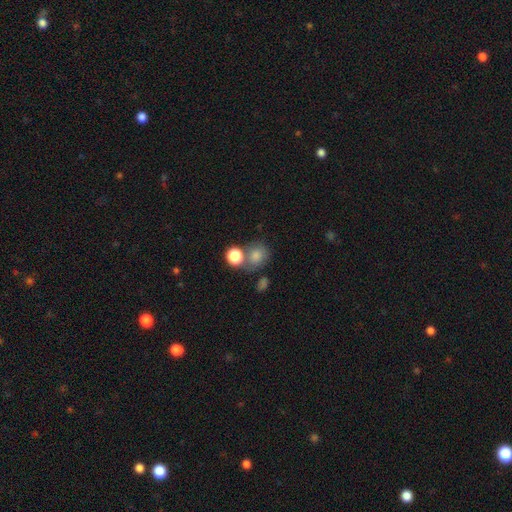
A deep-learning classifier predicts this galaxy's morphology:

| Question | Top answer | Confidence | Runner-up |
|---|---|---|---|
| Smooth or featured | smooth | 78% | star or artifact (13%) |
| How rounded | round | 71% | in between (28%) |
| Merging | none | 52% | merger (28%) |